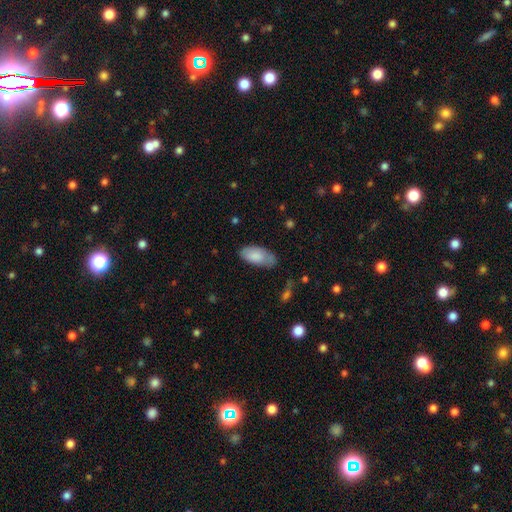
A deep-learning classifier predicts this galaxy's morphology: This is clearly a smooth galaxy (82%). How rounded: clearly in between (92%). Merging: likely none (61%).